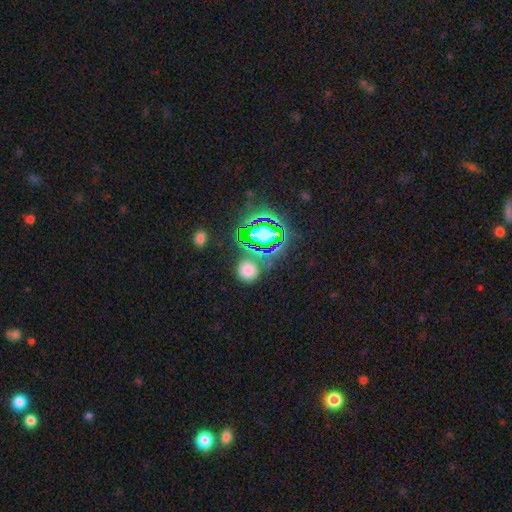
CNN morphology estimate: A star or artifact, not a galaxy (77%).

Vote fractions:
- Smooth or featured? star or artifact: 77% / smooth: 16% / featured or disk: 7%